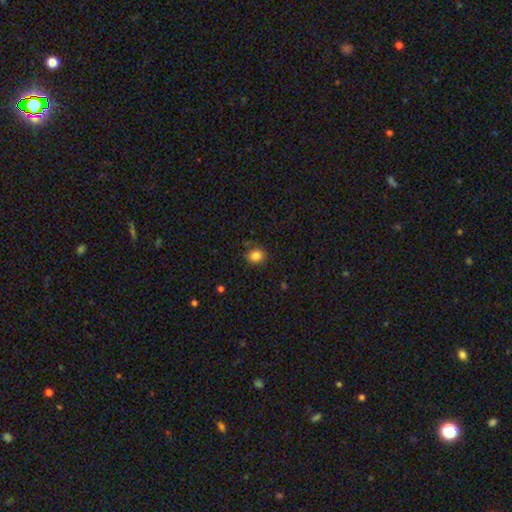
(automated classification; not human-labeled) smooth 84%, star or artifact 11%, featured or disk 4%. Down the decision tree: how rounded — round (63%); merging — none (78%).